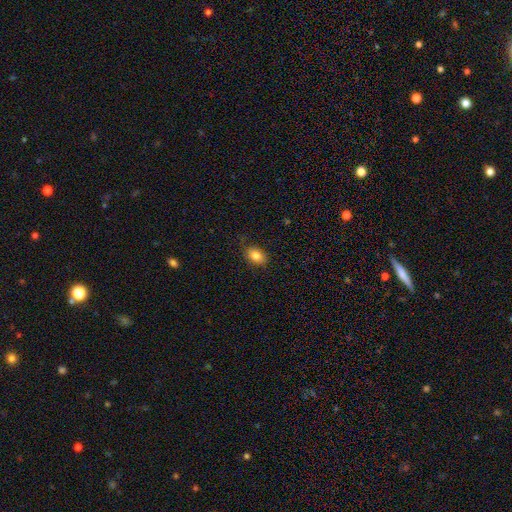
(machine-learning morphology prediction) Q: Smooth or featured?
A: smooth (84%); runner-up: star or artifact (9%)
Q: How rounded?
A: in between (79%); runner-up: round (19%)
Q: Merging?
A: none (83%); runner-up: minor disturbance (13%)